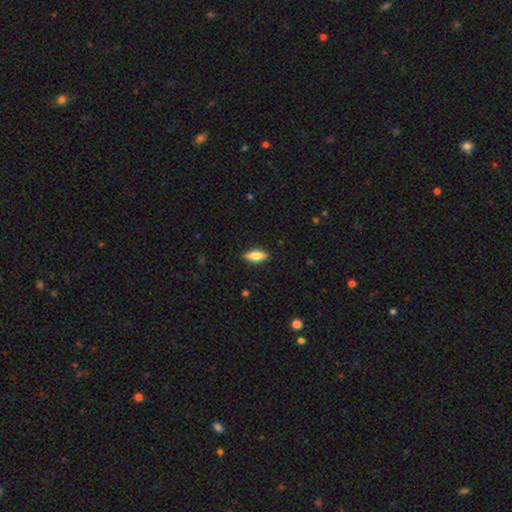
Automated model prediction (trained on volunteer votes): Overall: smooth (68%). How rounded: in between (69%). Merging: none (89%).